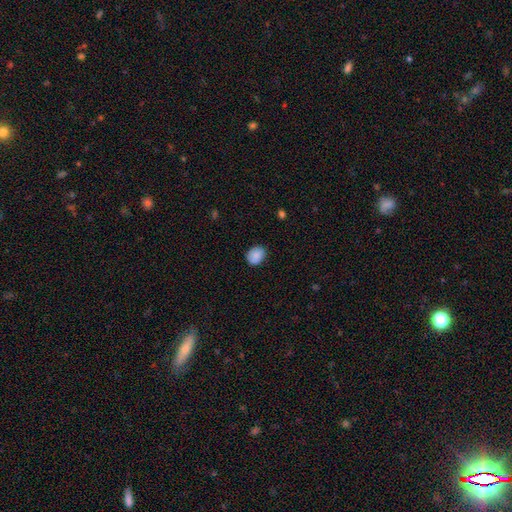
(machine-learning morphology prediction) smooth-or-featured: smooth: 87% | star or artifact: 8% | featured or disk: 6%
  how-rounded: in between: 55% | round: 44% | cigar-shaped: 1%
  merging: none: 82% | minor disturbance: 14% | major disturbance: 3% | merger: 1%